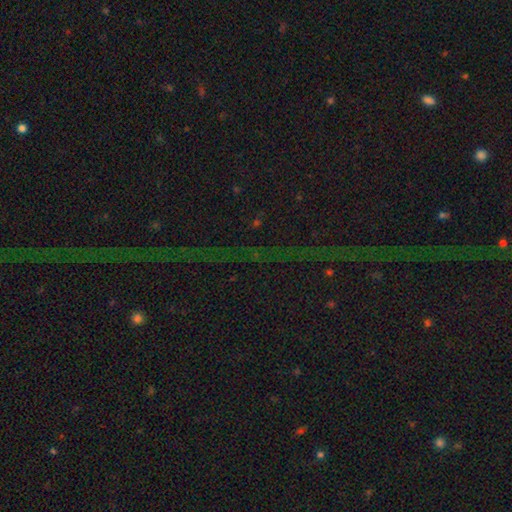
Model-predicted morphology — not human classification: star or artifact 77%, featured or disk 13%, smooth 10%.